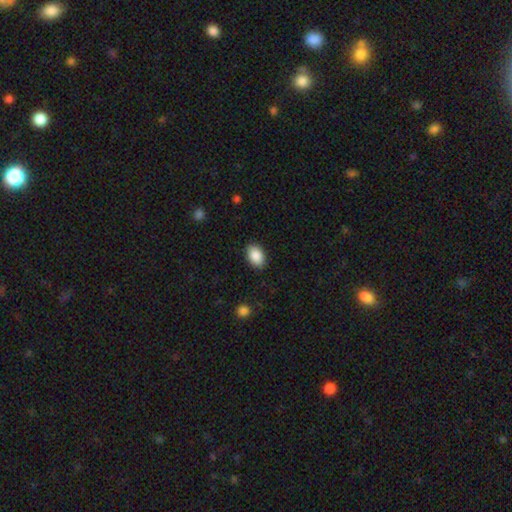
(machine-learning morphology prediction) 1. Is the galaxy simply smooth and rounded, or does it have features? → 89% smooth, 7% star or artifact, 4% featured or disk.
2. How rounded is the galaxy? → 87% in between, 12% round, 1% cigar-shaped.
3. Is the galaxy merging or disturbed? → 88% none, 9% minor disturbance, 2% major disturbance, 1% merger.